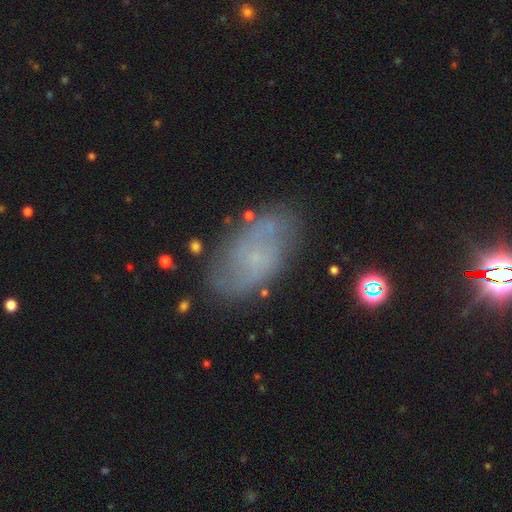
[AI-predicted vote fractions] Smooth or featured? Predicted: featured or disk (p=0.60). Edge-on disk? Predicted: no (p=0.94). Bar? Predicted: no (p=0.72). Spiral arms? Predicted: yes (p=0.78). Bulge size? Predicted: small (p=0.66). Merging? Predicted: none (p=0.77).